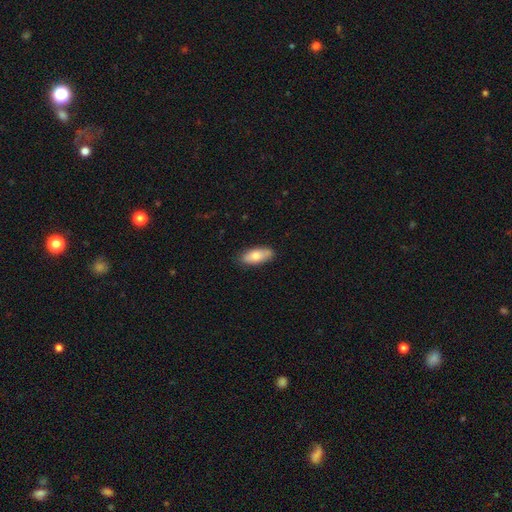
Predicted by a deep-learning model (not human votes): smooth_or_featured: smooth (p=0.75) [alt: featured or disk p=0.19]
how_rounded: in between (p=0.84) [alt: cigar-shaped p=0.14]
merging: none (p=0.81) [alt: minor disturbance p=0.15]